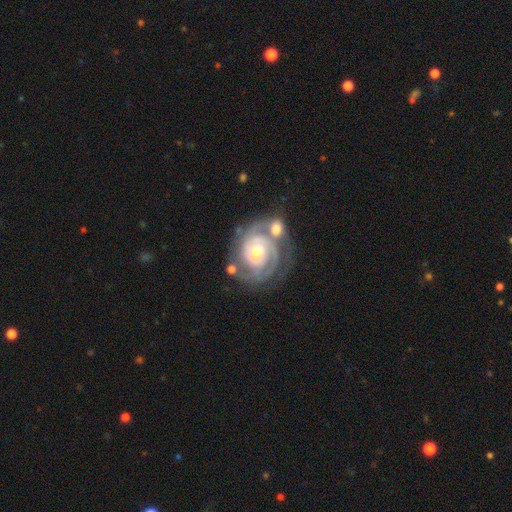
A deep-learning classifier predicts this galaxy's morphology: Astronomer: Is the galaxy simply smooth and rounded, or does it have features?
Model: featured or disk — 87%.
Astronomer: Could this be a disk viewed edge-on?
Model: no — 98%.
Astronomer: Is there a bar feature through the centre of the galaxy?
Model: weak — 44% (runner-up: no, 41%).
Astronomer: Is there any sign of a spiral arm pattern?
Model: yes — 95%.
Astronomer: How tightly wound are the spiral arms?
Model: tight — 71%.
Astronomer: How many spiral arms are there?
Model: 2 — 49%.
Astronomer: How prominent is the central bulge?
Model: moderate — 64%.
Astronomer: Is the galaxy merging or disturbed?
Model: none — 42% (runner-up: merger, 33%).